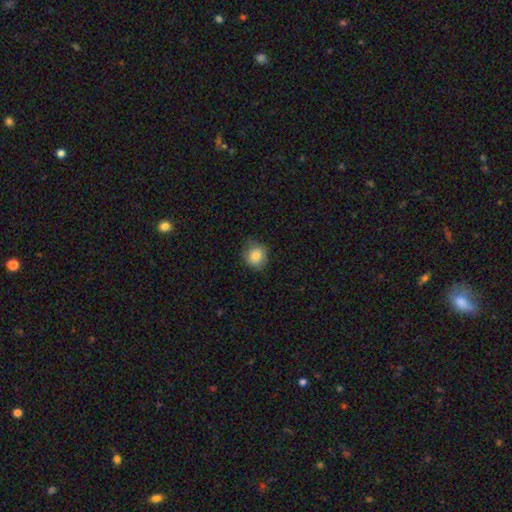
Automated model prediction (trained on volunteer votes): smooth-or-featured: smooth: 83% | star or artifact: 9% | featured or disk: 8%
  how-rounded: round: 79% | in between: 20% | cigar-shaped: 1%
  merging: none: 77% | minor disturbance: 18% | major disturbance: 4% | merger: 1%